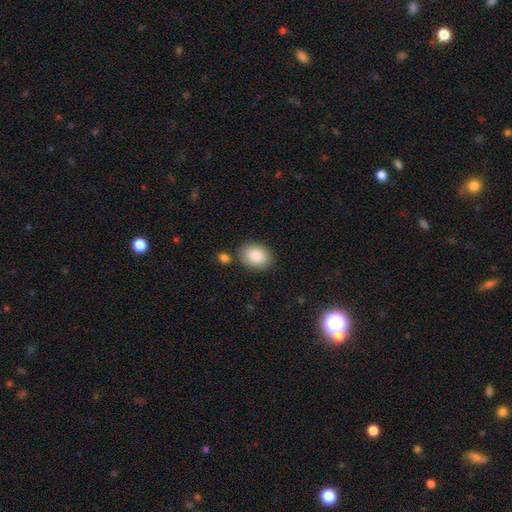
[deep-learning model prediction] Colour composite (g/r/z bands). It shows a smooth galaxy with no disk features (87%) that is in between round and cigar-shaped (69%). Merging: none (80%).